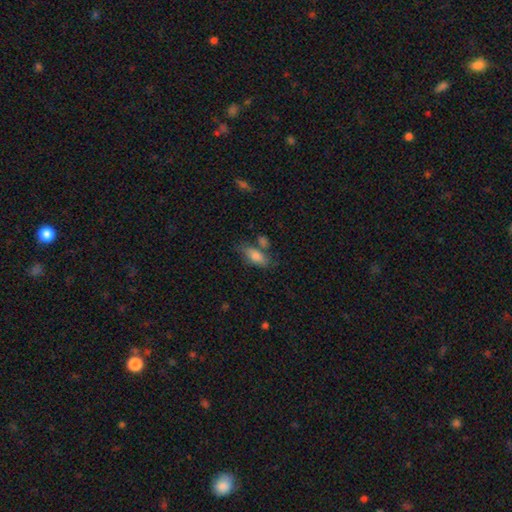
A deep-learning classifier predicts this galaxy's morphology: A smooth galaxy with no disk features (78%) that is in between round and cigar-shaped (78%).

Vote fractions:
- Smooth or featured? smooth: 78% / featured or disk: 14% / star or artifact: 8%
- How rounded? in between: 78% / cigar-shaped: 18% / round: 4%
- Merging? none: 55% / minor disturbance: 20% / merger: 17% / major disturbance: 8%